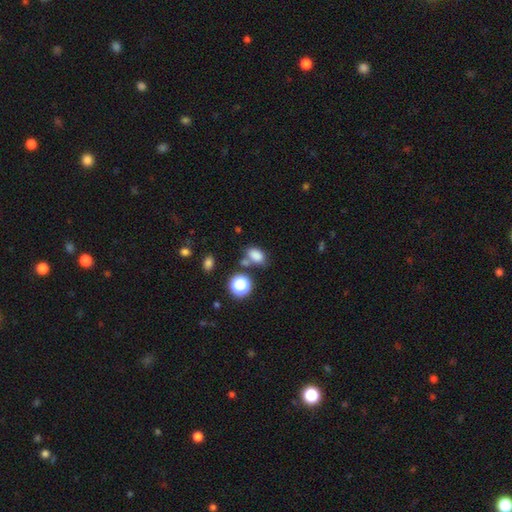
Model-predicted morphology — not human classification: Overall: smooth (80%). How rounded: in between (77%). Merging: none (60%).